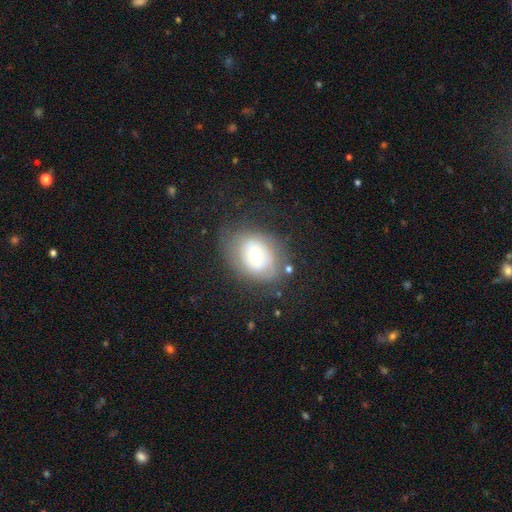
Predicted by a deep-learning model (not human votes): A featured or disk galaxy (47%).

Vote fractions:
- Smooth or featured? featured or disk: 47% / smooth: 44% / star or artifact: 9%
- Merging? none: 61% / minor disturbance: 22% / major disturbance: 15% / merger: 3%